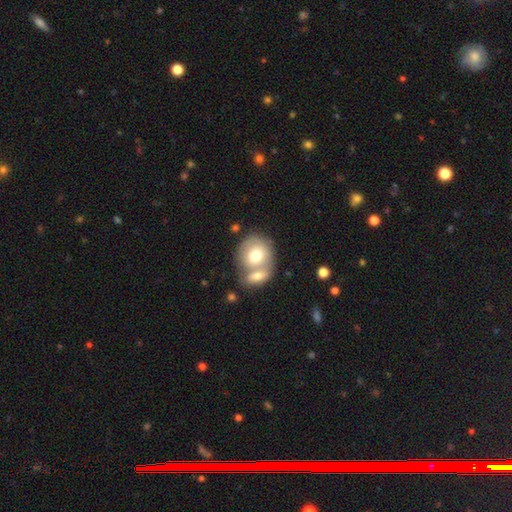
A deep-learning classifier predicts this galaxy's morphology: A smooth galaxy with no disk features (68%) that is round (71%).

Vote fractions:
- Smooth or featured? smooth: 68% / featured or disk: 26% / star or artifact: 7%
- How rounded? round: 71% / in between: 28% / cigar-shaped: 1%
- Merging? merger: 56% / none: 30% / minor disturbance: 9% / major disturbance: 4%